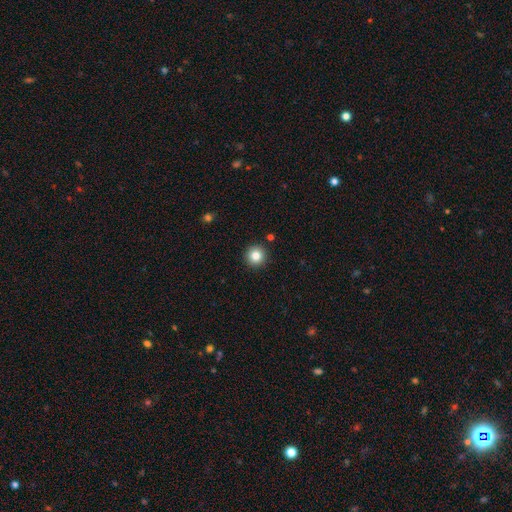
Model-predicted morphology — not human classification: type=smooth (83%); roundness=round (95%); merging=none (92%).